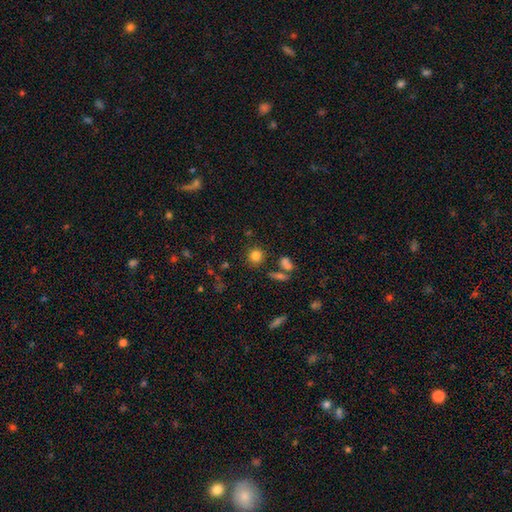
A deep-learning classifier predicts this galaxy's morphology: type=smooth (81%); roundness=round (89%); merging=none (81%).